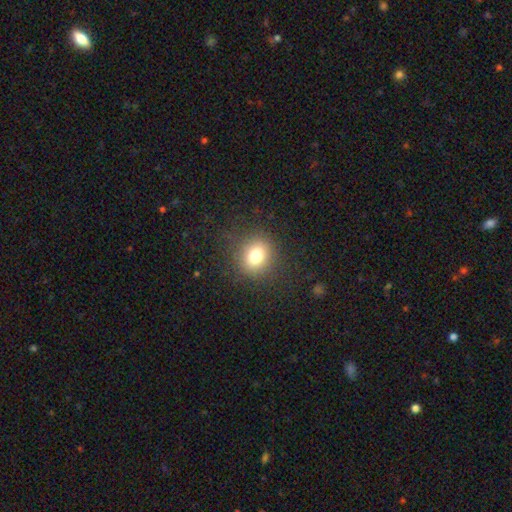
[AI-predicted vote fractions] Smooth or featured: smooth — 78% (star or artifact — 13%)
How rounded: round — 72% (in between — 27%)
Merging: none — 85% (minor disturbance — 9%)